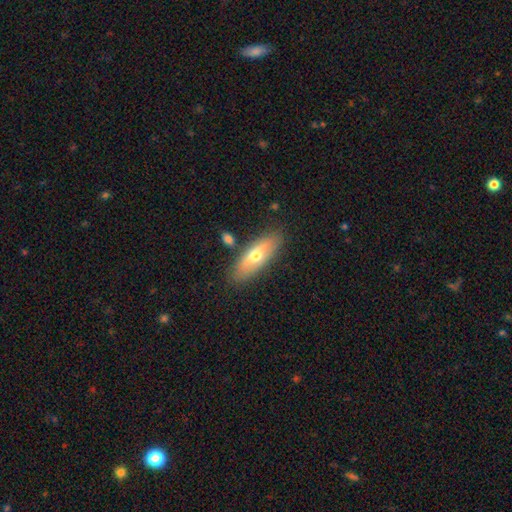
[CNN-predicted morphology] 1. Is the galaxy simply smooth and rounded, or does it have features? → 55% smooth, 38% featured or disk, 7% star or artifact.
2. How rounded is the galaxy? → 61% in between, 37% cigar-shaped, 2% round.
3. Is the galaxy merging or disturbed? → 79% none, 12% minor disturbance, 5% merger, 3% major disturbance.